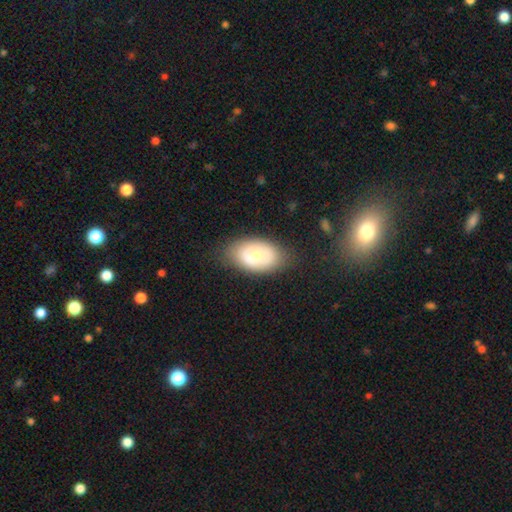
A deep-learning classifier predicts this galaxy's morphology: A smooth galaxy with no disk features (70%) that is in between round and cigar-shaped (91%).

Vote fractions:
- Smooth or featured? smooth: 70% / featured or disk: 23% / star or artifact: 7%
- How rounded? in between: 91% / round: 8% / cigar-shaped: 1%
- Merging? none: 75% / minor disturbance: 17% / major disturbance: 5% / merger: 2%